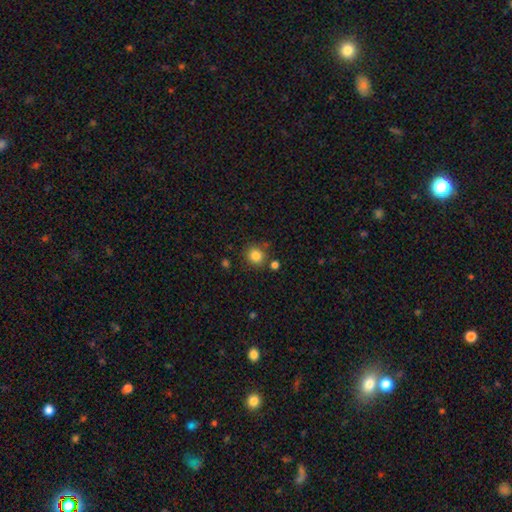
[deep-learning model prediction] This appears to be a smooth galaxy with no disk features (83%) that is round (88%). Merging: none (80%).